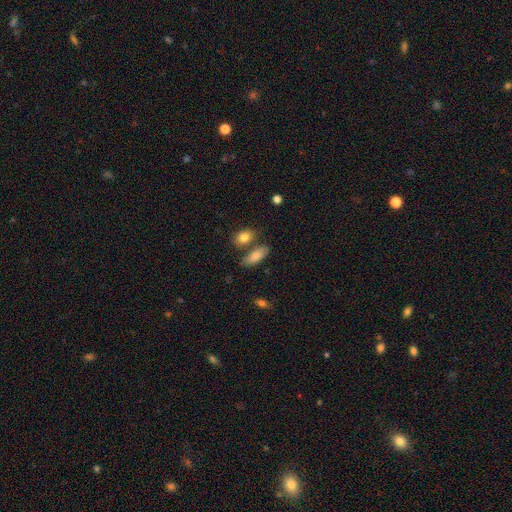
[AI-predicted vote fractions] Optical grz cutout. It shows a smooth galaxy with no disk features (80%) that is in between round and cigar-shaped (79%). Merging: none (61%).